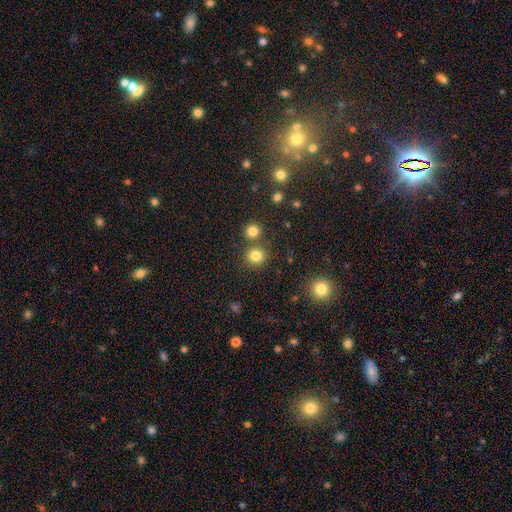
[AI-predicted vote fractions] smooth 80%, star or artifact 14%, featured or disk 6%. Down the decision tree: how rounded — round (89%); merging — none (73%).